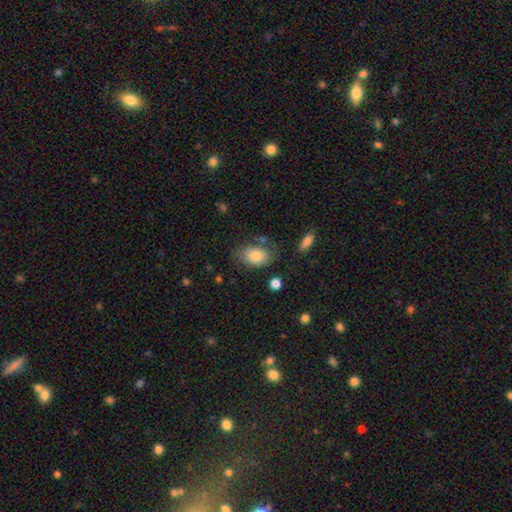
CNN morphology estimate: smooth_or_featured: smooth (p=0.82) [alt: featured or disk p=0.11]
how_rounded: in between (p=0.87) [alt: round p=0.12]
merging: none (p=0.66) [alt: minor disturbance p=0.22]